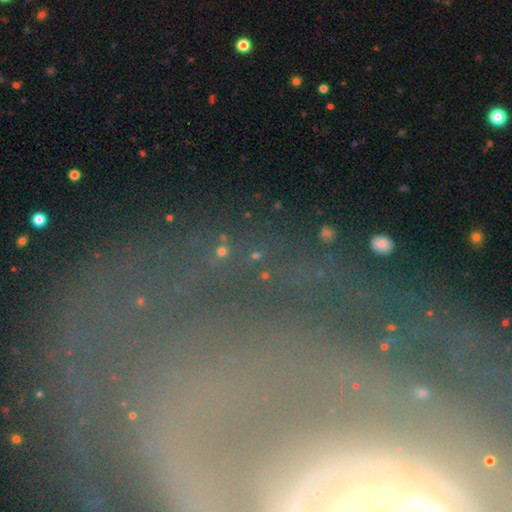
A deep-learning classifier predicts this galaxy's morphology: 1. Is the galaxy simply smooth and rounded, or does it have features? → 60% star or artifact, 26% featured or disk, 14% smooth.